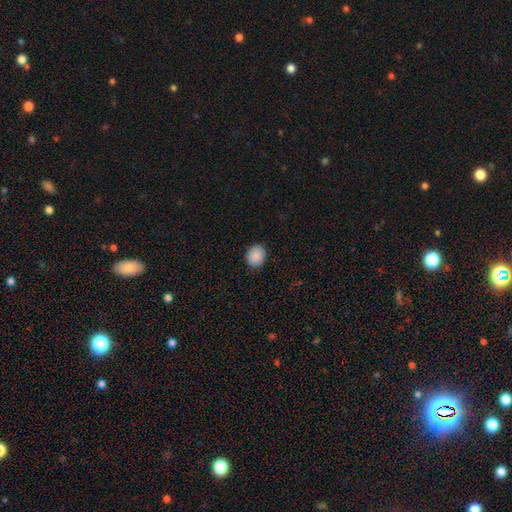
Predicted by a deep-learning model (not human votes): A smooth galaxy with no disk features (90%) that is round (69%). Merging: none (90%).